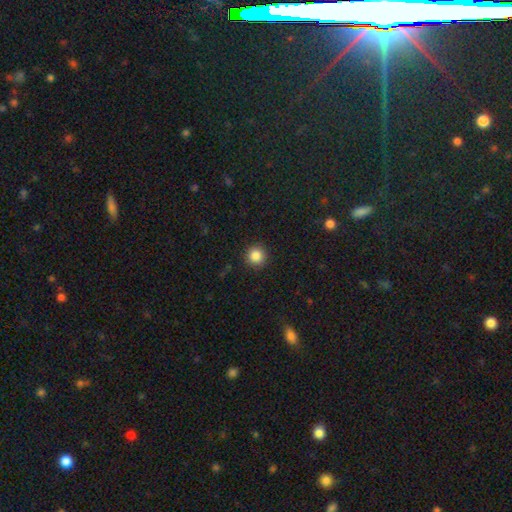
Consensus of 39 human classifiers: smooth-or-featured: smooth: 90% | star or artifact: 8% | featured or disk: 3%
  how-rounded: round: 100% | in between: 0% | cigar-shaped: 0%
  merging: none: 97% | major disturbance: 3% | minor disturbance: 0% | merger: 0%